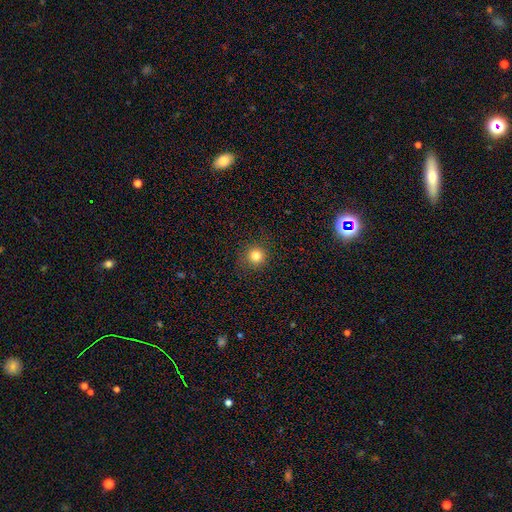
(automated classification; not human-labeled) Smooth or featured: smooth — 81% (star or artifact — 13%)
How rounded: round — 93% (in between — 6%)
Merging: none — 89% (minor disturbance — 7%)